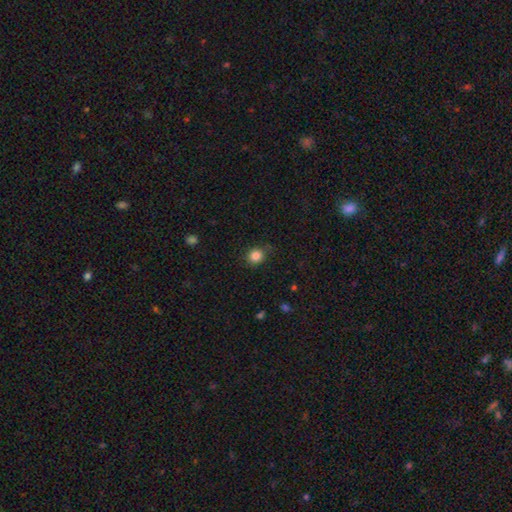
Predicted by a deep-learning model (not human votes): Morphology: type=smooth (85%); roundness=round (79%); merging=none (79%).